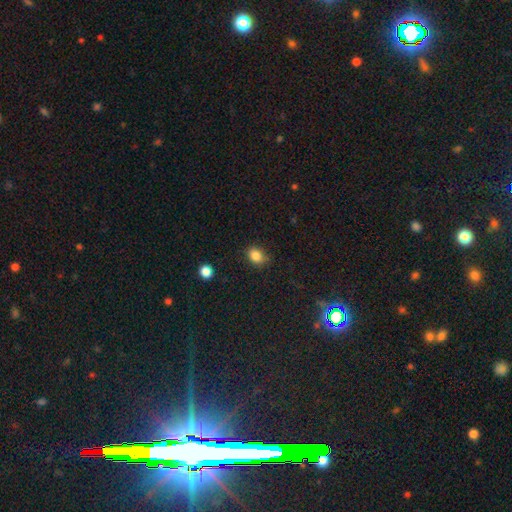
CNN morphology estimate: smooth_or_featured: smooth (p=0.85) [alt: star or artifact p=0.10]
how_rounded: in between (p=0.69) [alt: round p=0.30]
merging: none (p=0.81) [alt: minor disturbance p=0.15]